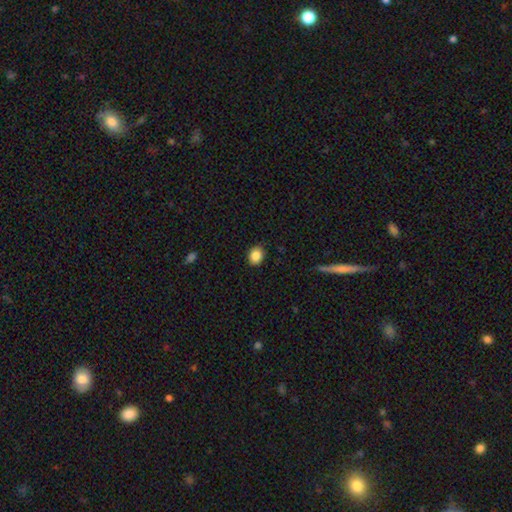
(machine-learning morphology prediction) Smooth or featured? Predicted: smooth (p=0.86). How rounded? Predicted: round (p=0.61). Merging? Predicted: none (p=0.88).